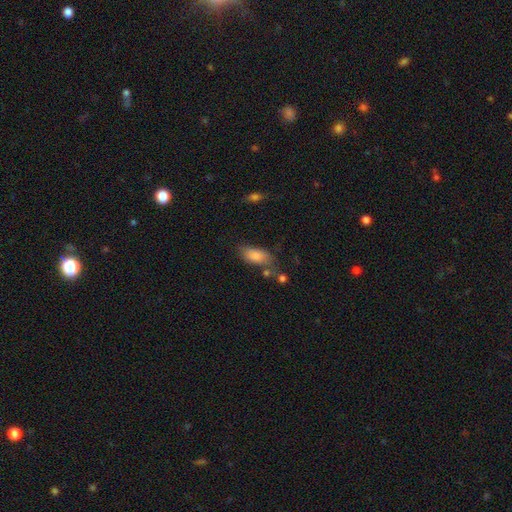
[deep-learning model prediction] smooth-or-featured: smooth: 83% | featured or disk: 10% | star or artifact: 8%
  how-rounded: in between: 88% | cigar-shaped: 8% | round: 4%
  merging: none: 54% | minor disturbance: 26% | major disturbance: 10% | merger: 10%